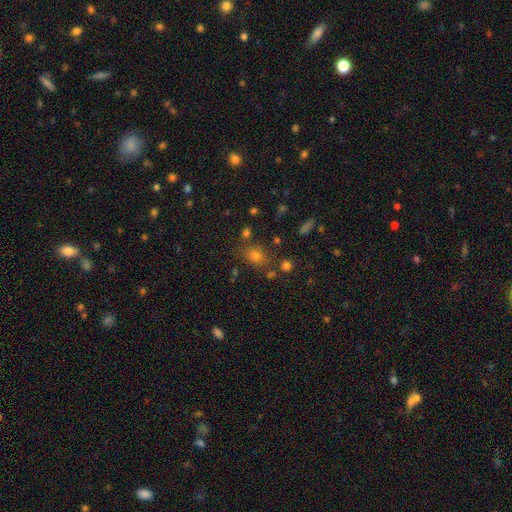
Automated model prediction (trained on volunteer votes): smooth-or-featured: smooth: 66% | star or artifact: 24% | featured or disk: 9%
  how-rounded: round: 56% | in between: 43% | cigar-shaped: 2%
  merging: none: 77% | minor disturbance: 11% | merger: 8% | major disturbance: 4%